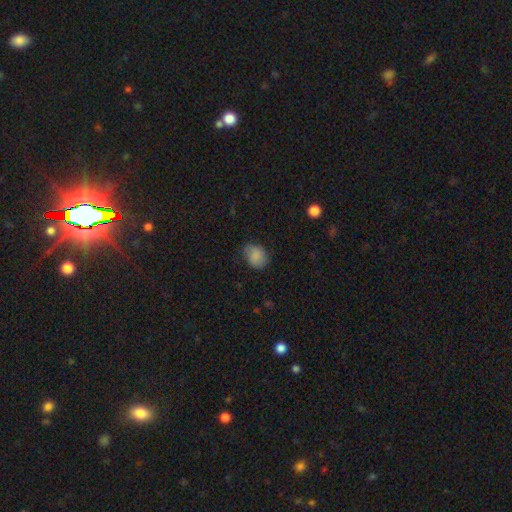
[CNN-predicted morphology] Smooth or featured? Predicted: smooth (p=0.82). How rounded? Predicted: in between (p=0.53). Merging? Predicted: none (p=0.69).